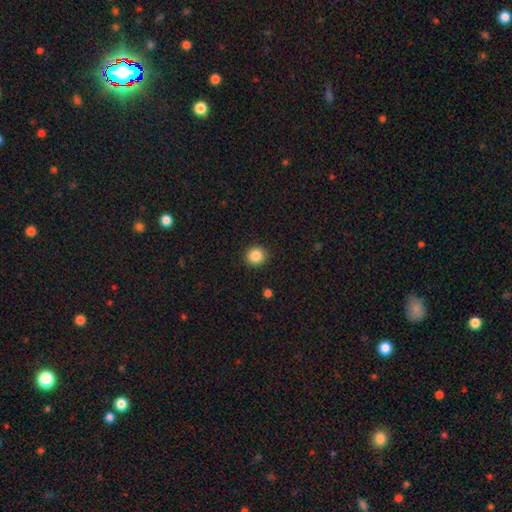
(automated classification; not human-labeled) smooth_or_featured: smooth (p=0.86) [alt: star or artifact p=0.10]
how_rounded: round (p=0.90) [alt: in between p=0.09]
merging: none (p=0.91) [alt: minor disturbance p=0.06]